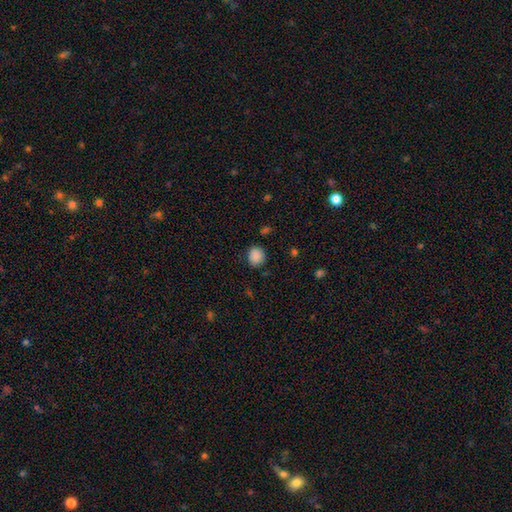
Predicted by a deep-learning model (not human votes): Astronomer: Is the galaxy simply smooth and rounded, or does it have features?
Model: smooth — 87%.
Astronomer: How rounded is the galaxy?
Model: round — 78%.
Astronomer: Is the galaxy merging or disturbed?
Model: none — 82%.